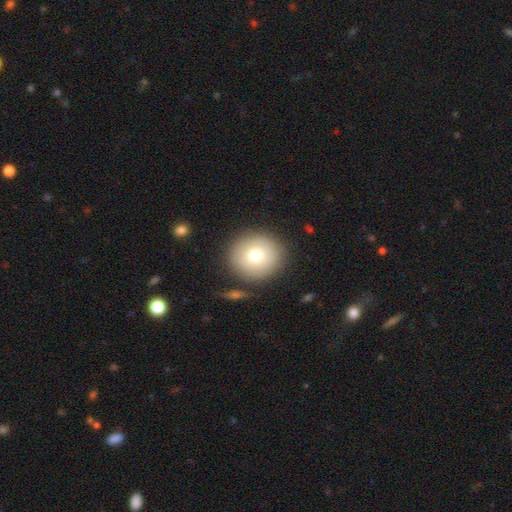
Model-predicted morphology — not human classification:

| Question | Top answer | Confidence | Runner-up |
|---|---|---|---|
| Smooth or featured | smooth | 74% | featured or disk (16%) |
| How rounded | round | 89% | in between (10%) |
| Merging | none | 85% | minor disturbance (9%) |